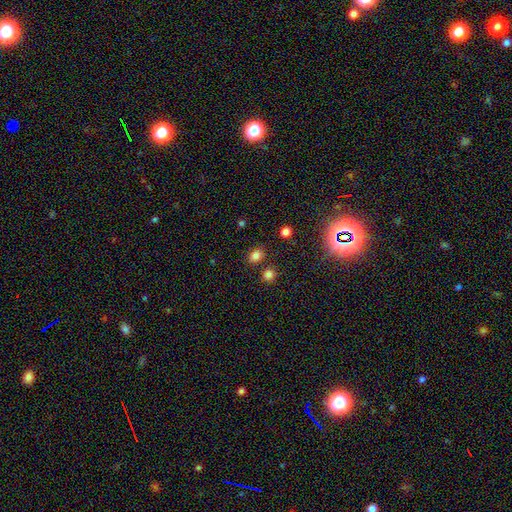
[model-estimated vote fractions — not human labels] This is clearly a smooth galaxy (81%). How rounded: possibly in between (52%). Merging: likely none (79%).